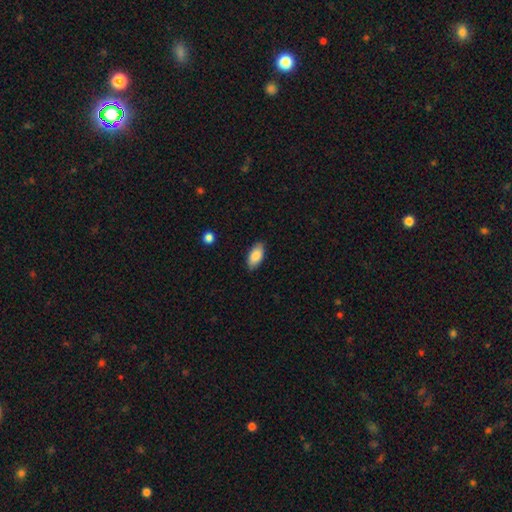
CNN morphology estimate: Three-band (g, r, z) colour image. It shows a smooth galaxy with no disk features (85%) that is in between round and cigar-shaped (92%). Merging: none (86%).